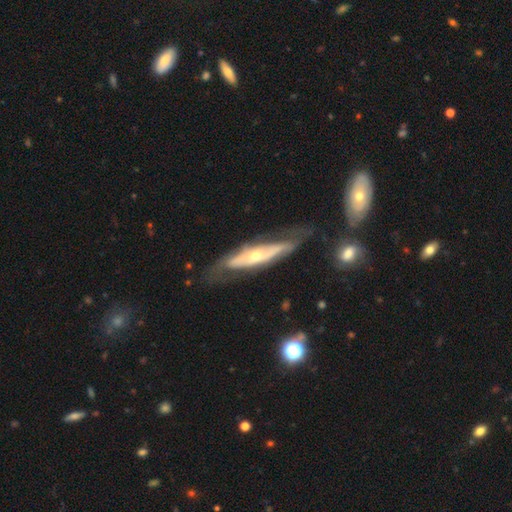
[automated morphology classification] smooth-or-featured: featured or disk: 74% | smooth: 20% | star or artifact: 5%
  disk-edge-on: no: 54% | yes: 46%
  merging: none: 61% | minor disturbance: 22% | major disturbance: 13% | merger: 3%